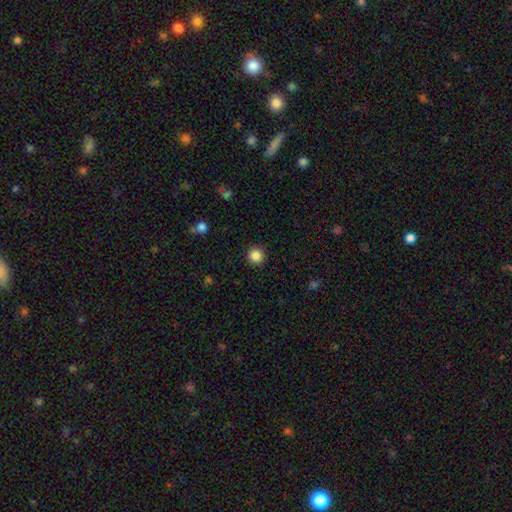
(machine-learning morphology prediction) Overall: smooth (86%). How rounded: round (95%). Merging: none (92%).